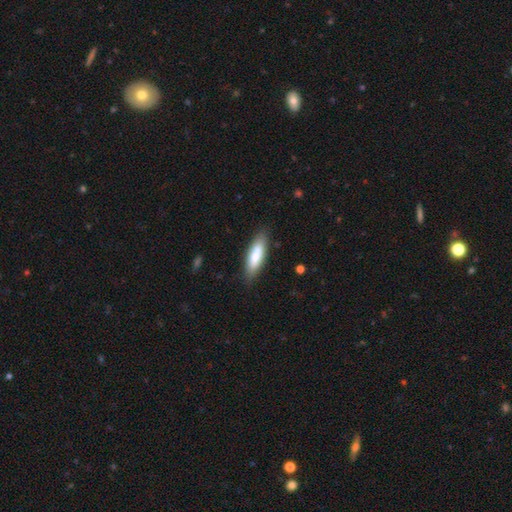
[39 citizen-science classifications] smooth 69%, featured or disk 28%, star or artifact 3%. Down the decision tree: how rounded — cigar-shaped (70%); merging — none (84%).